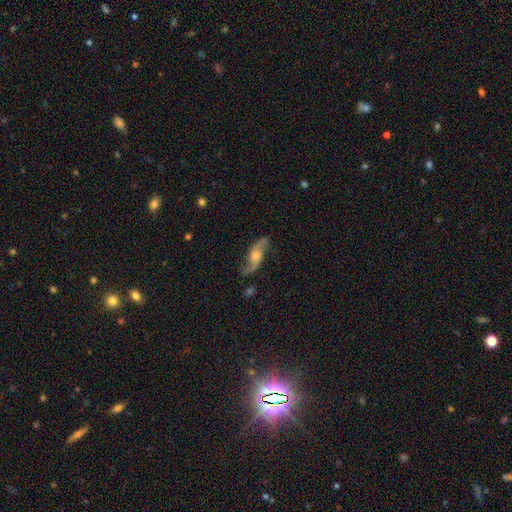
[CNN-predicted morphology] This appears to be a featured or disk galaxy (84%) with no bar (63%), 2 (93%) loose (69%) spiral arms (96%) and a moderate central bulge (48%). Merging: none (78%).